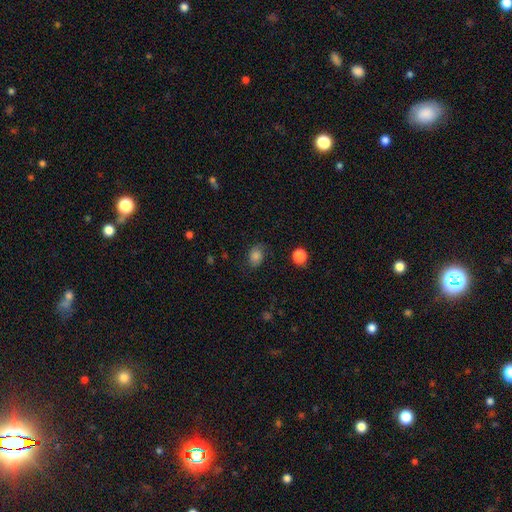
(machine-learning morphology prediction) Smooth or featured?
  - smooth: 77% *
  - star or artifact: 12%
  - featured or disk: 11%
How rounded?
  - in between: 68% *
  - round: 31%
  - cigar-shaped: 1%
Merging?
  - none: 71% *
  - minor disturbance: 21%
  - major disturbance: 7%
  - merger: 1%